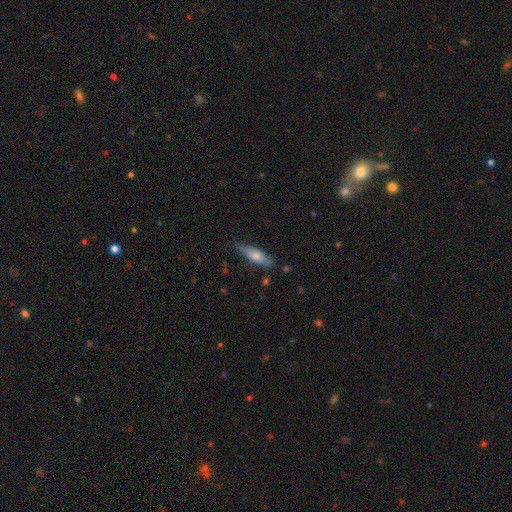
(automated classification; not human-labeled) smooth-or-featured: smooth: 65% | featured or disk: 29% | star or artifact: 6%
  how-rounded: cigar-shaped: 61% | in between: 37% | round: 2%
  merging: none: 79% | minor disturbance: 16% | major disturbance: 3% | merger: 2%